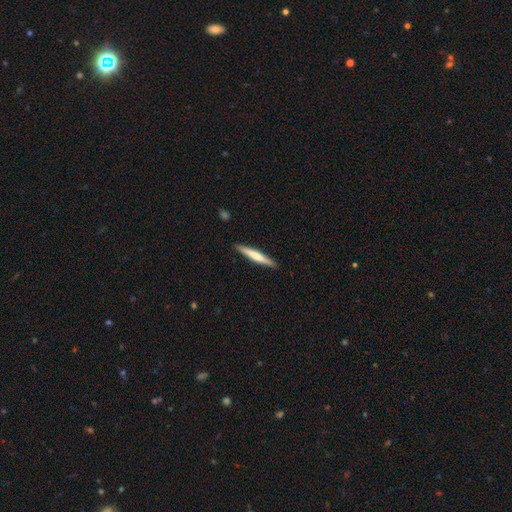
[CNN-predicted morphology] Overall: smooth (56%; featured or disk 39%). How rounded: cigar-shaped (95%). Merging: none (91%).